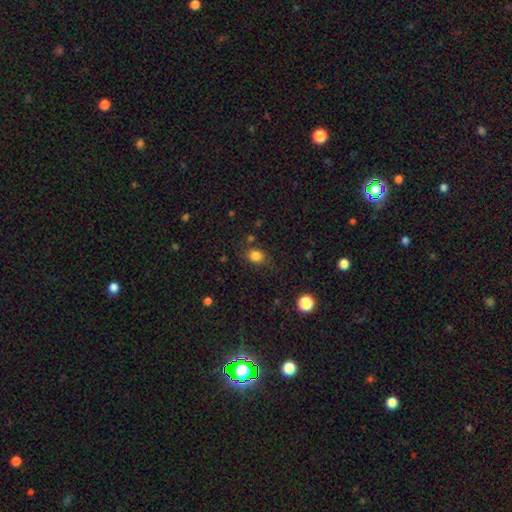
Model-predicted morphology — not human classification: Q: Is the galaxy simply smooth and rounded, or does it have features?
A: smooth — 82%.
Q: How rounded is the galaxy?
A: round — 52%.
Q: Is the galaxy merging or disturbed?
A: none — 76%.